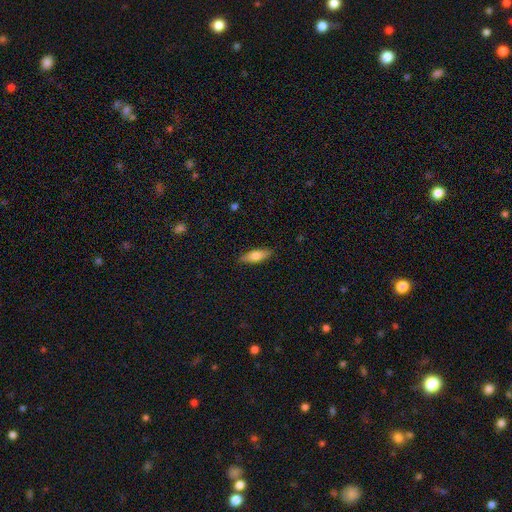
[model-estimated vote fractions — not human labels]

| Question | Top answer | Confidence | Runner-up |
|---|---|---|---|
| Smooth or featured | smooth | 73% | featured or disk (21%) |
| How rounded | in between | 53% | cigar-shaped (45%) |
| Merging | none | 86% | minor disturbance (11%) |